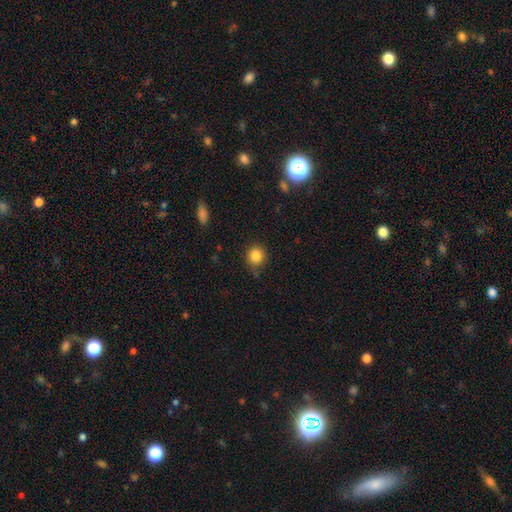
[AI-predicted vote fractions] Smooth or featured? smooth (85%)
How rounded? round (90%)
Merging? none (80%)